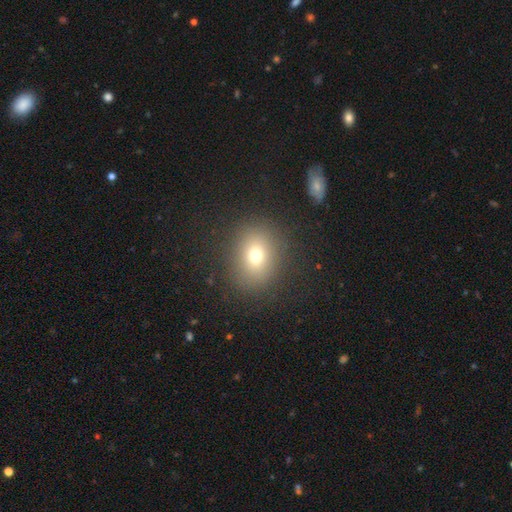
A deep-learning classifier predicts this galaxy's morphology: smooth_or_featured: smooth (p=0.72) [alt: star or artifact p=0.16]
how_rounded: round (p=0.61) [alt: in between p=0.38]
merging: none (p=0.86) [alt: minor disturbance p=0.08]